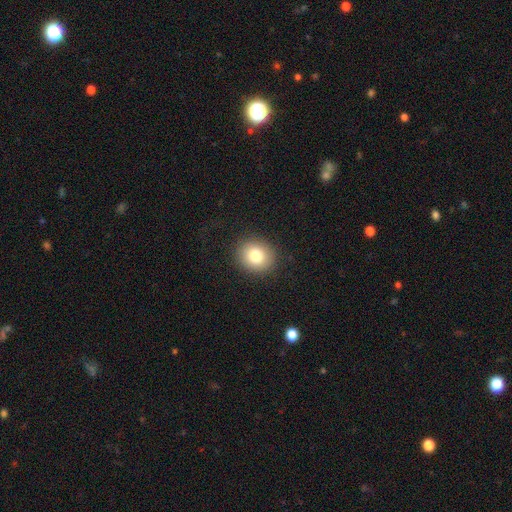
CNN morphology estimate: Smooth or featured: smooth — 81% (star or artifact — 10%)
How rounded: round — 76% (in between — 23%)
Merging: none — 90% (minor disturbance — 7%)